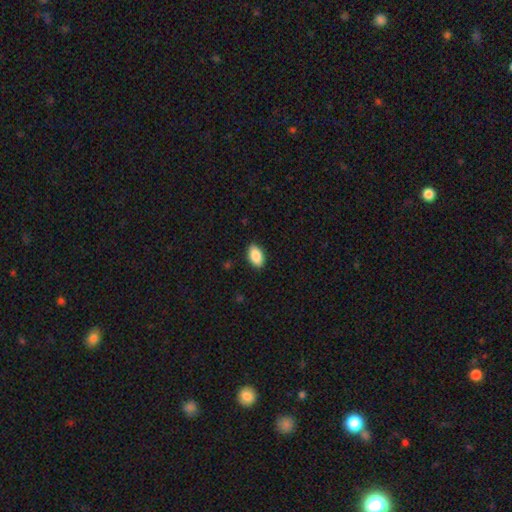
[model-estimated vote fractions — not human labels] Smooth or featured?
  - smooth: 88% *
  - star or artifact: 7%
  - featured or disk: 5%
How rounded?
  - in between: 94% *
  - round: 4%
  - cigar-shaped: 2%
Merging?
  - none: 88% *
  - minor disturbance: 9%
  - major disturbance: 2%
  - merger: 1%